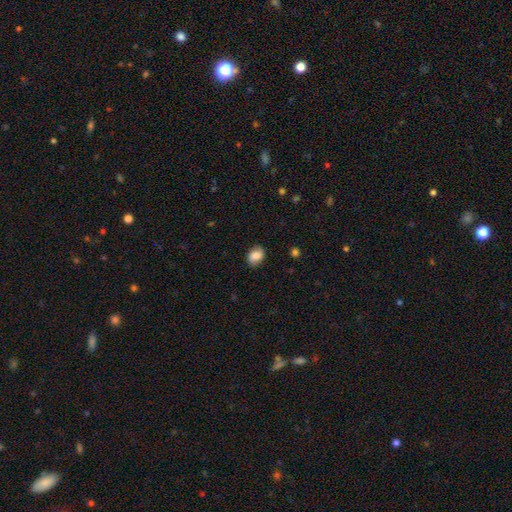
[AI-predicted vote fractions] A smooth galaxy with no disk features (83%) that is in between round and cigar-shaped (69%).

Vote fractions:
- Smooth or featured? smooth: 83% / featured or disk: 8% / star or artifact: 8%
- How rounded? in between: 69% / round: 30% / cigar-shaped: 1%
- Merging? none: 82% / minor disturbance: 14% / major disturbance: 3% / merger: 1%